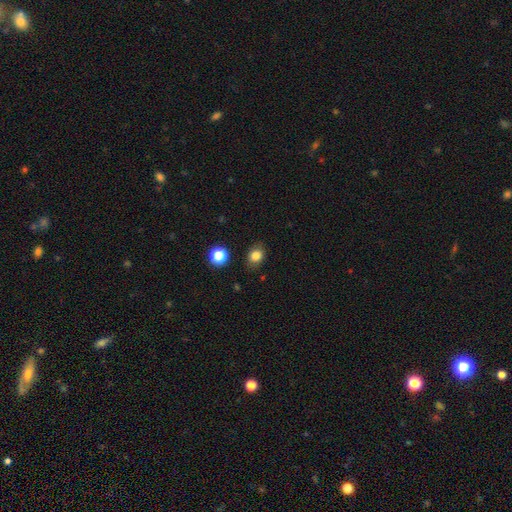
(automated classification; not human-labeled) smooth 82%, star or artifact 11%, featured or disk 6%. Down the decision tree: how rounded — in between (54%); merging — none (83%).